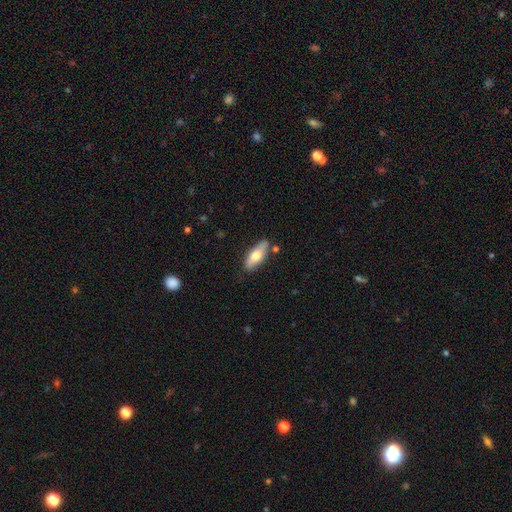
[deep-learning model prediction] Q: Smooth or featured?
A: smooth (64%); runner-up: featured or disk (30%)
Q: How rounded?
A: in between (72%); runner-up: cigar-shaped (26%)
Q: Merging?
A: none (78%); runner-up: minor disturbance (15%)